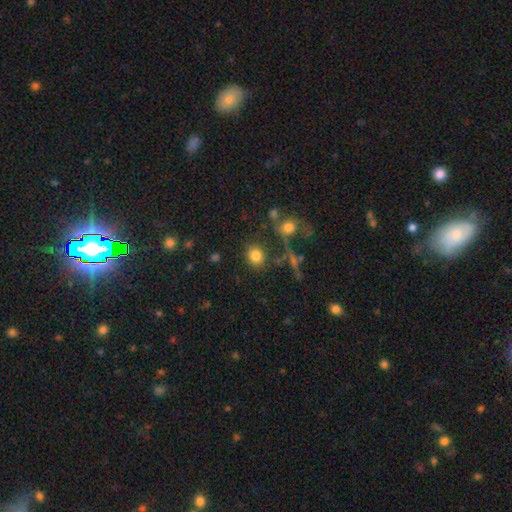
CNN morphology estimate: The model was most divided on "how rounded": round: 74%, in between: 24%, cigar-shaped: 2%. More confident: smooth or featured — smooth (81%); merging — none (79%).